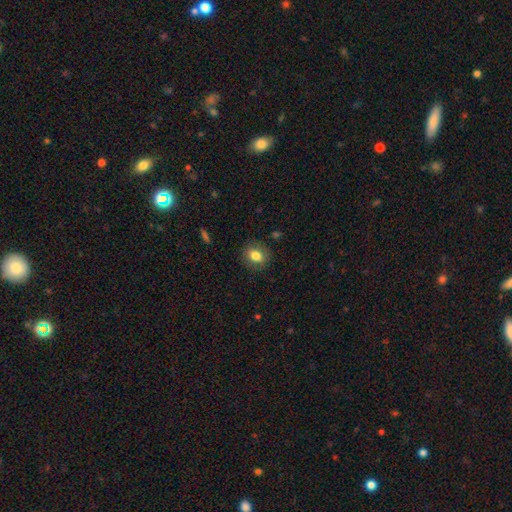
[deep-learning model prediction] Smooth or featured?
  - smooth: 81% *
  - featured or disk: 10%
  - star or artifact: 9%
How rounded?
  - in between: 52% *
  - round: 47%
  - cigar-shaped: 1%
Merging?
  - none: 85% *
  - minor disturbance: 11%
  - major disturbance: 3%
  - merger: 1%